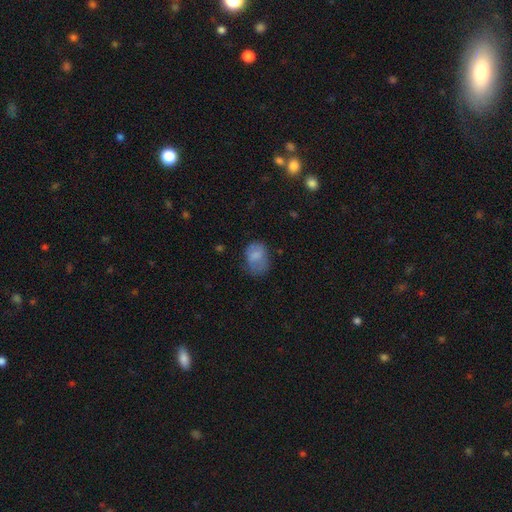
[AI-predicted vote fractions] Overall: smooth (73%). How rounded: in between (73%). Merging: none (51%; minor disturbance 31%).